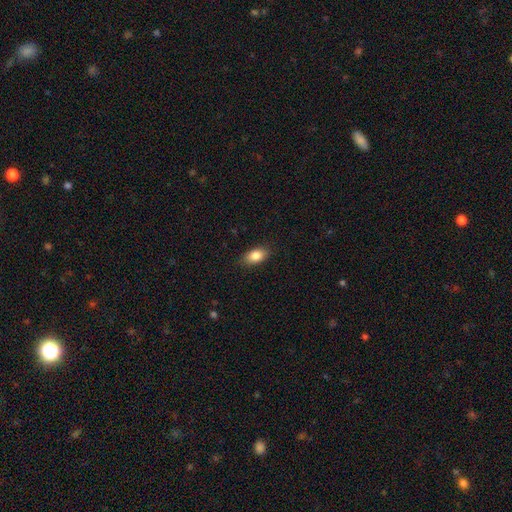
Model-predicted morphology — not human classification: smooth-or-featured: smooth: 85% | featured or disk: 8% | star or artifact: 7%
  how-rounded: in between: 90% | round: 6% | cigar-shaped: 4%
  merging: none: 87% | minor disturbance: 10% | major disturbance: 2% | merger: 1%